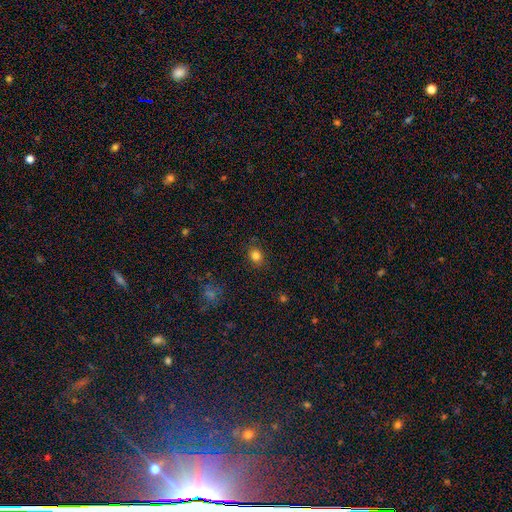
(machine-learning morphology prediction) Smooth or featured? Predicted: smooth (p=0.83). How rounded? Predicted: round (p=0.56). Merging? Predicted: none (p=0.86).